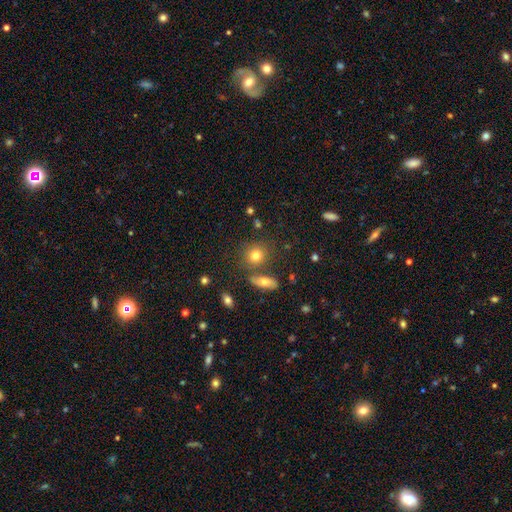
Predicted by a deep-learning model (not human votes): This is likely a smooth galaxy (77%). How rounded: likely round (76%). Merging: likely none (73%).